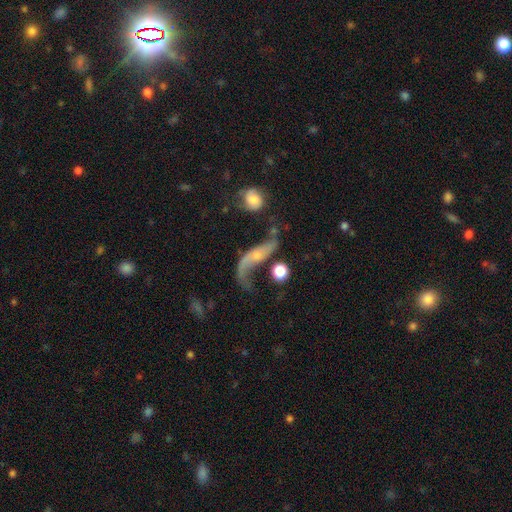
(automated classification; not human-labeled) Morphology: type=featured or disk (75%); edge-on=no (87%); bar=no (64%); spiral arms=yes (87%); winding=loose (90%); arm count=2 (74%); bulge=small (61%); merging=none (36%).